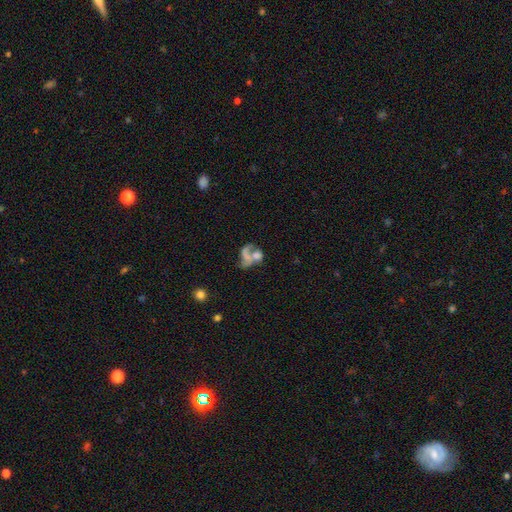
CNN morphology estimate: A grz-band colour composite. It shows a featured or disk galaxy (50%). Merging: merger (47%).